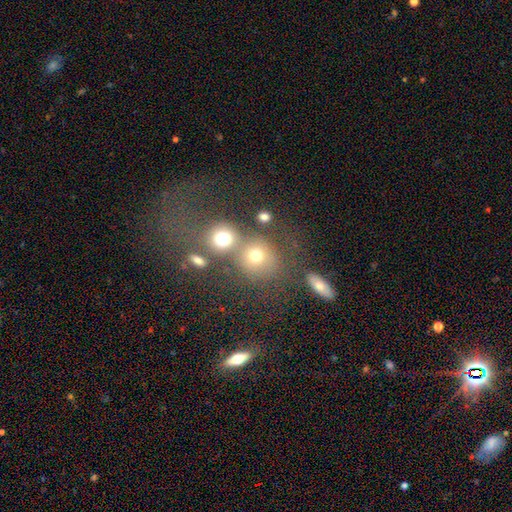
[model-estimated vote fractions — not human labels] Smooth or featured: smooth — 70% (star or artifact — 17%)
How rounded: round — 83% (in between — 15%)
Merging: none — 51% (merger — 32%)